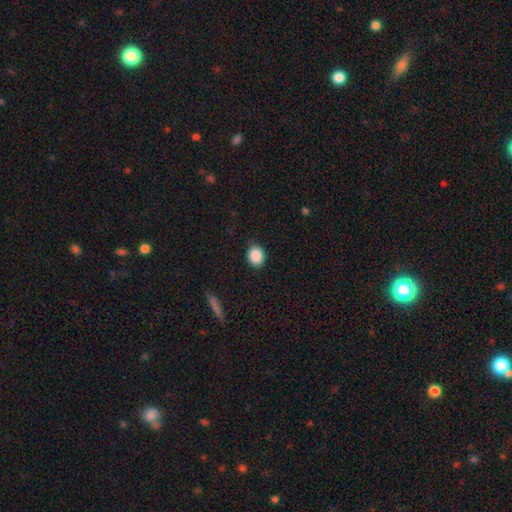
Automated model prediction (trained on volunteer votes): This is clearly a smooth galaxy (89%). How rounded: possibly round (54%). Merging: clearly none (85%).